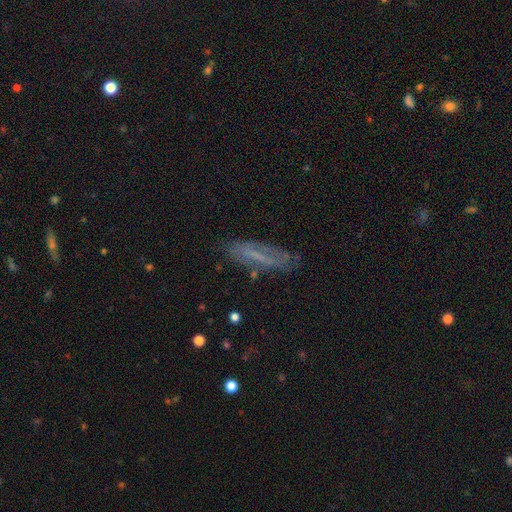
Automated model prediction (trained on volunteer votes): This appears to be a featured or disk galaxy (46%). Merging: none (70%).